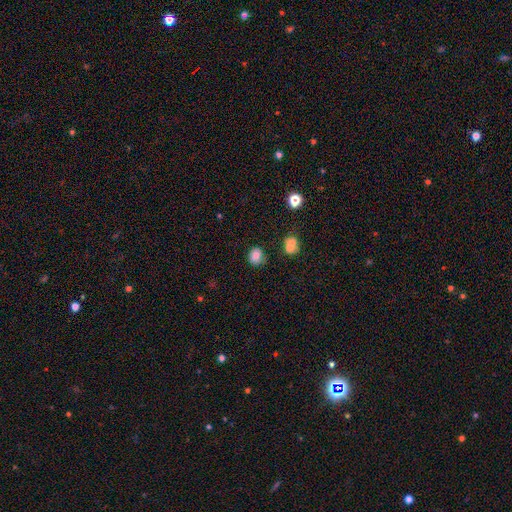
Smooth or featured? smooth (84%)
How rounded? round (81%)
Merging? none (75%)